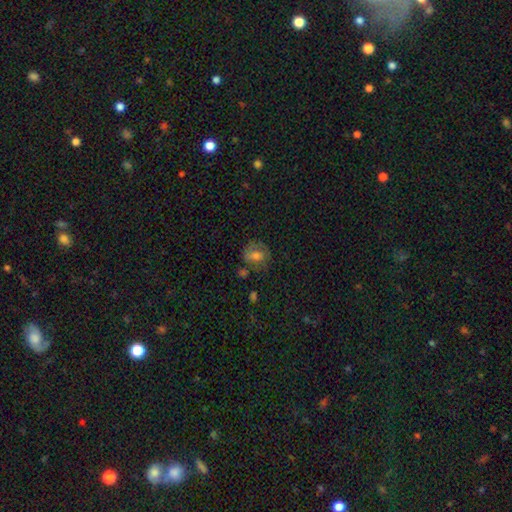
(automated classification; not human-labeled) Smooth or featured: smooth — 54% (featured or disk — 34%)
How rounded: round — 66% (in between — 33%)
Merging: none — 60% (minor disturbance — 22%)